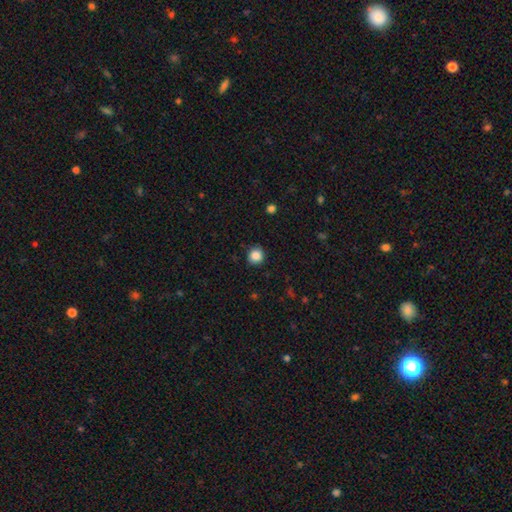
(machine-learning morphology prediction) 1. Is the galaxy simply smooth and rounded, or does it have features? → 86% smooth, 10% star or artifact, 3% featured or disk.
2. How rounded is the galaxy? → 90% round, 9% in between, 1% cigar-shaped.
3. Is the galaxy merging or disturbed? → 90% none, 7% minor disturbance, 2% major disturbance, 1% merger.